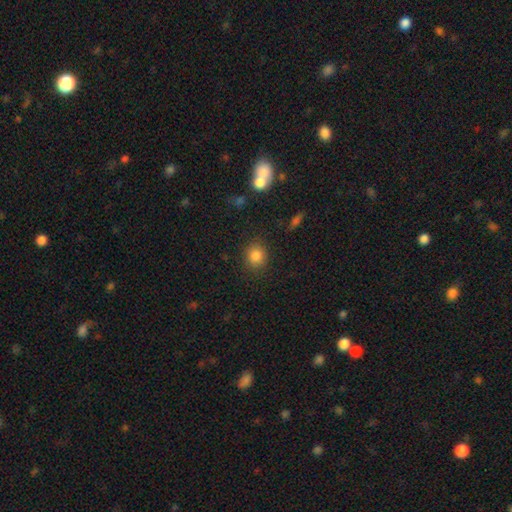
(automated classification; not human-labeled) A smooth galaxy with no disk features (84%) that is round (80%).

Vote fractions:
- Smooth or featured? smooth: 84% / star or artifact: 11% / featured or disk: 5%
- How rounded? round: 80% / in between: 19% / cigar-shaped: 1%
- Merging? none: 86% / minor disturbance: 9% / major disturbance: 3% / merger: 2%